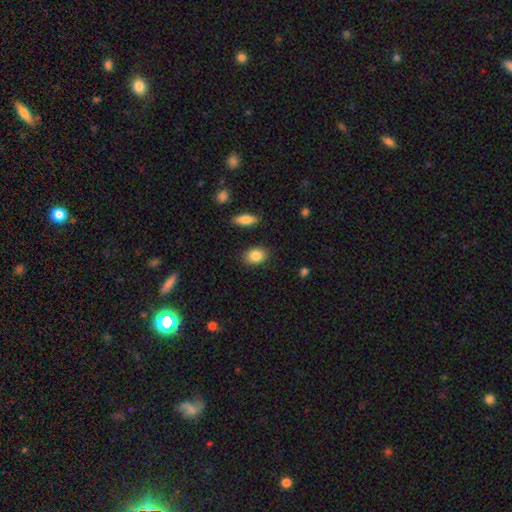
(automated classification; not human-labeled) Smooth or featured? smooth (86%)
How rounded? in between (69%)
Merging? none (87%)